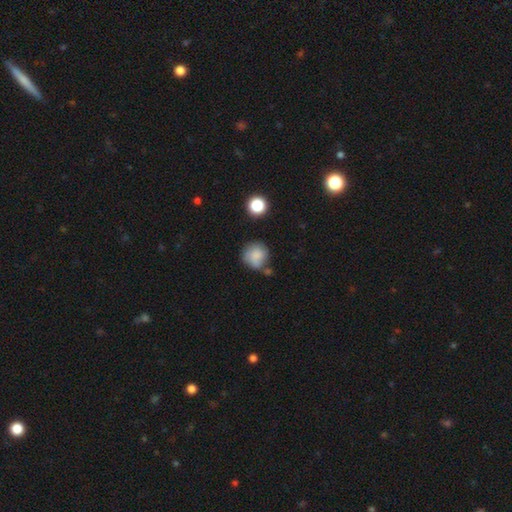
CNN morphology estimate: smooth_or_featured: smooth (p=0.77) [alt: featured or disk p=0.14]
how_rounded: round (p=0.87) [alt: in between p=0.12]
merging: none (p=0.57) [alt: minor disturbance p=0.24]